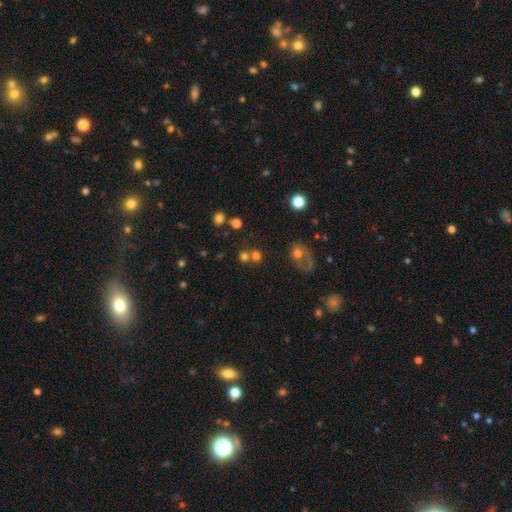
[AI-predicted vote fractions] smooth_or_featured: smooth (p=0.70) [alt: star or artifact p=0.20]
how_rounded: round (p=0.86) [alt: in between p=0.13]
merging: none (p=0.54) [alt: merger p=0.34]